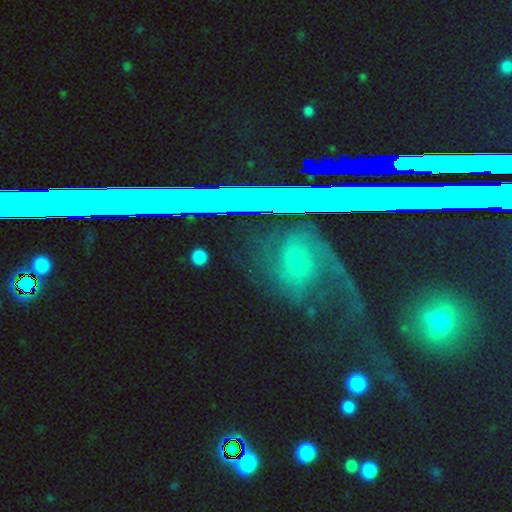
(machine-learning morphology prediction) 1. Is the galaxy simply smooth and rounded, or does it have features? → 56% star or artifact, 27% featured or disk, 18% smooth.